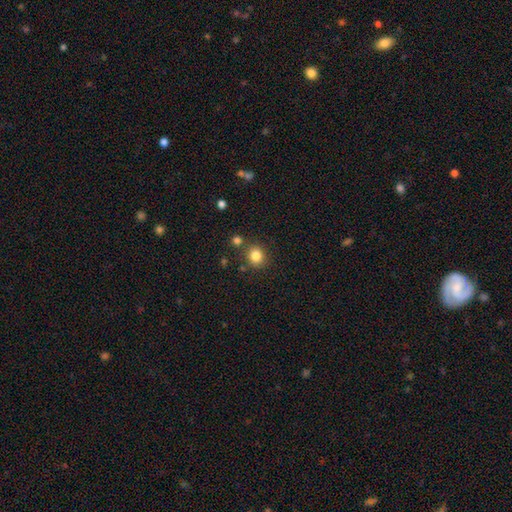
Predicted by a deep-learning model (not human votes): A smooth galaxy with no disk features (83%) that is round (80%). Merging: none (80%).